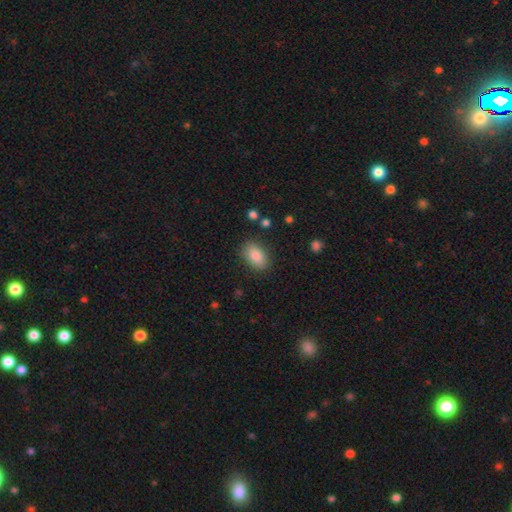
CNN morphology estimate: smooth-or-featured: smooth: 85% | featured or disk: 8% | star or artifact: 8%
  how-rounded: in between: 88% | round: 10% | cigar-shaped: 2%
  merging: none: 84% | minor disturbance: 11% | major disturbance: 3% | merger: 2%